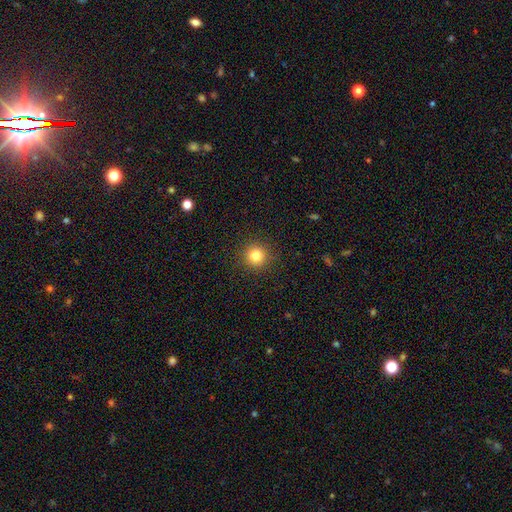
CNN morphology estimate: Smooth or featured: smooth — 82% (star or artifact — 12%)
How rounded: round — 95% (in between — 4%)
Merging: none — 92% (minor disturbance — 5%)